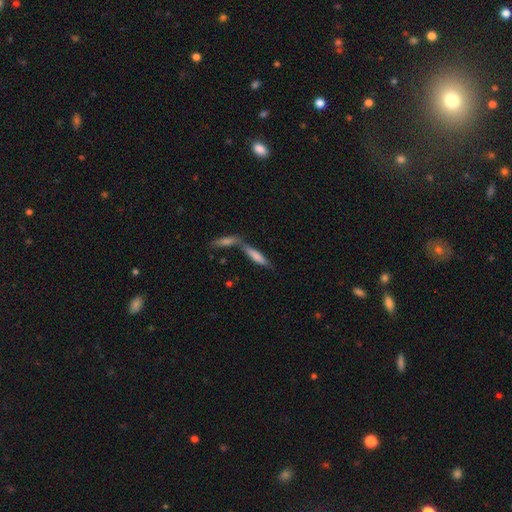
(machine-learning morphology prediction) smooth-or-featured: smooth: 59% | featured or disk: 30% | star or artifact: 10%
  how-rounded: cigar-shaped: 73% | in between: 25% | round: 2%
  merging: merger: 48% | none: 39% | minor disturbance: 9% | major disturbance: 4%